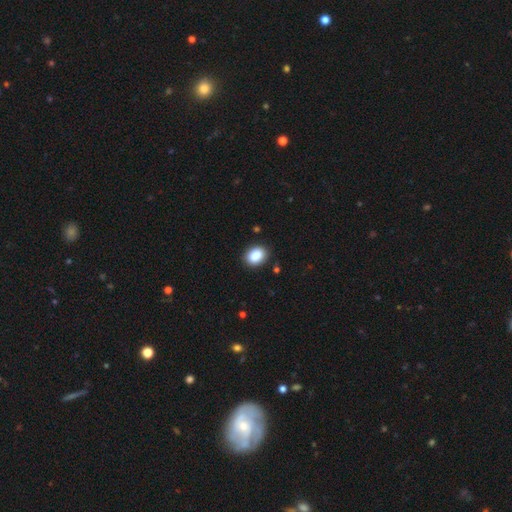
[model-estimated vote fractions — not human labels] This appears to be a smooth galaxy with no disk features (88%) that is in between round and cigar-shaped (63%). Merging: none (88%).